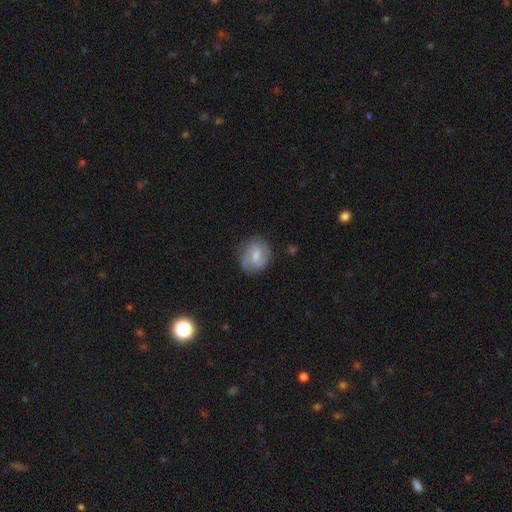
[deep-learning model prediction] Q: Smooth or featured?
A: featured or disk (51%); runner-up: smooth (42%)
Q: Edge-on disk?
A: no (97%); runner-up: yes (3%)
Q: Merging?
A: none (74%); runner-up: minor disturbance (19%)